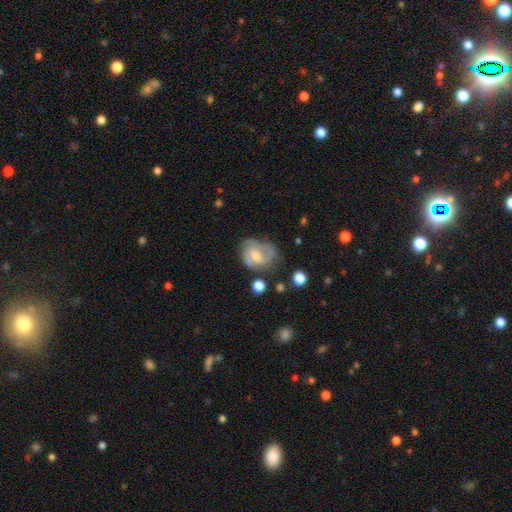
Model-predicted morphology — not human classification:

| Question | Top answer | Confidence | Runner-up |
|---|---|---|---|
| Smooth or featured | featured or disk | 57% | smooth (34%) |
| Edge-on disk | no | 97% | yes (3%) |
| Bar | no | 49% | weak (42%) |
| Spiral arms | yes | 77% | no (23%) |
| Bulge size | moderate | 52% | small (33%) |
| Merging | none | 53% | minor disturbance (28%) |